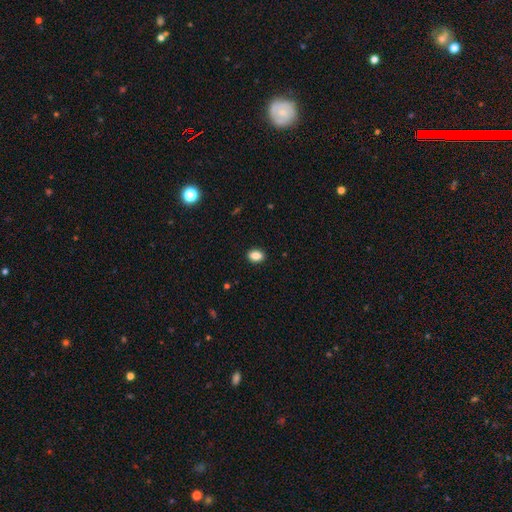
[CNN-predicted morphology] Smooth or featured? smooth (87%)
How rounded? in between (71%)
Merging? none (91%)